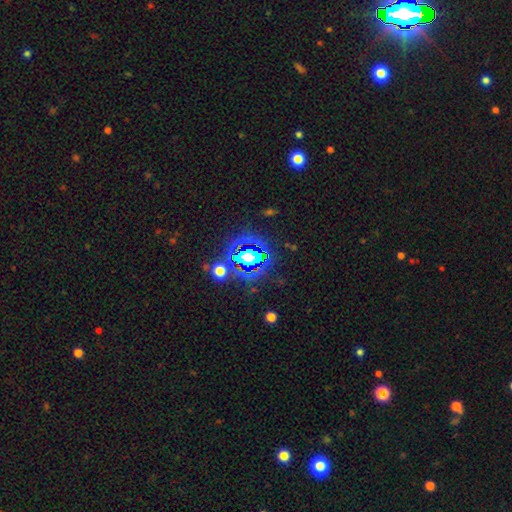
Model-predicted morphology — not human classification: Smooth or featured?
  - star or artifact: 78% *
  - smooth: 14%
  - featured or disk: 9%